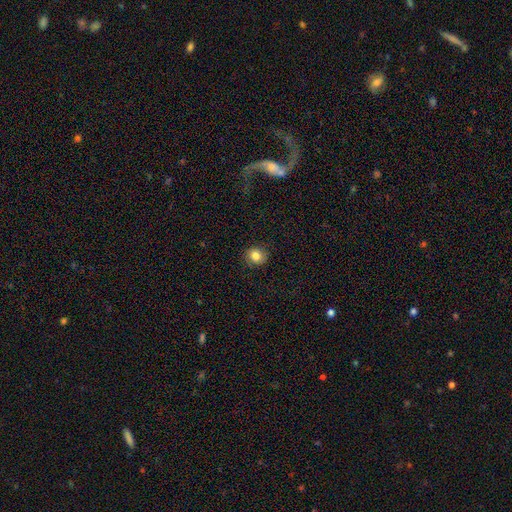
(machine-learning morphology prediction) smooth 82%, star or artifact 11%, featured or disk 7%. Down the decision tree: how rounded — round (85%); merging — none (88%).